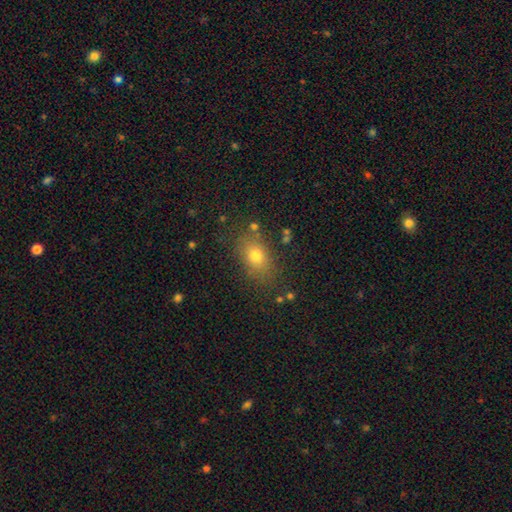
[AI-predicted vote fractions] Smooth or featured: smooth — 74% (star or artifact — 14%)
How rounded: in between — 74% (round — 23%)
Merging: none — 79% (minor disturbance — 13%)